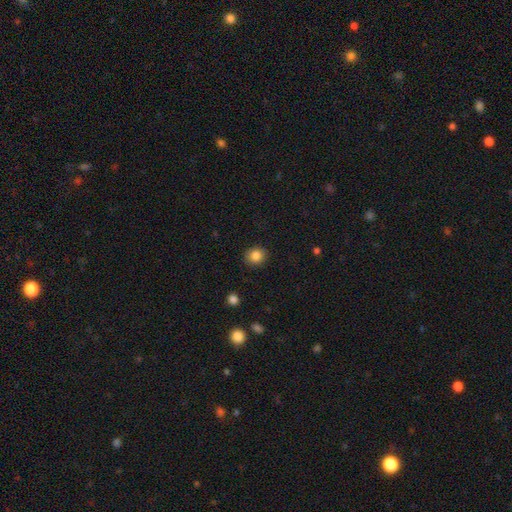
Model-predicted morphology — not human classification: Smooth or featured? Predicted: smooth (p=0.84). How rounded? Predicted: round (p=0.80). Merging? Predicted: none (p=0.89).